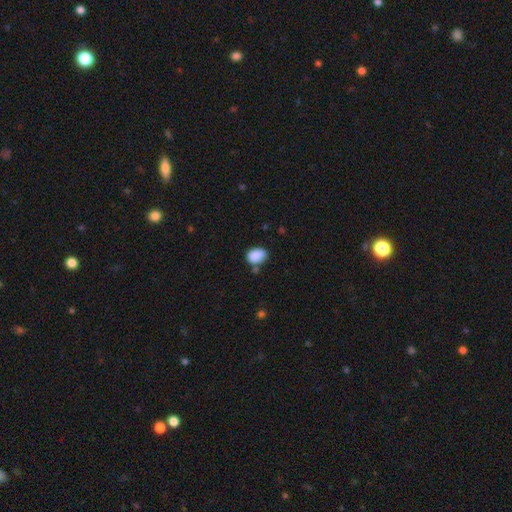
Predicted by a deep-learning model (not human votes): smooth 88%, star or artifact 8%, featured or disk 4%. Down the decision tree: how rounded — in between (71%); merging — none (65%).